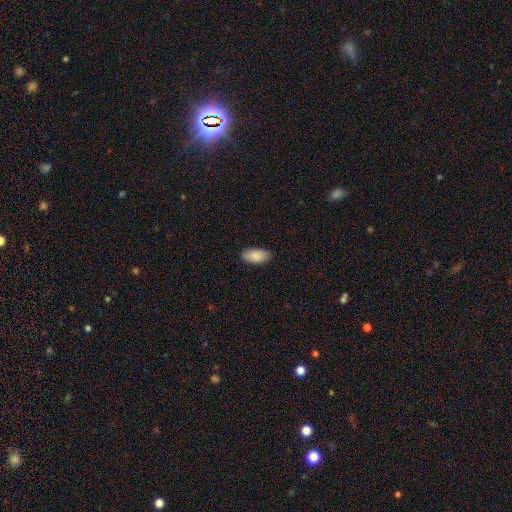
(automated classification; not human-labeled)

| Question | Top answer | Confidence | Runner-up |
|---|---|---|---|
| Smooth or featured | smooth | 90% | star or artifact (6%) |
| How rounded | in between | 94% | cigar-shaped (3%) |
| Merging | none | 86% | minor disturbance (10%) |